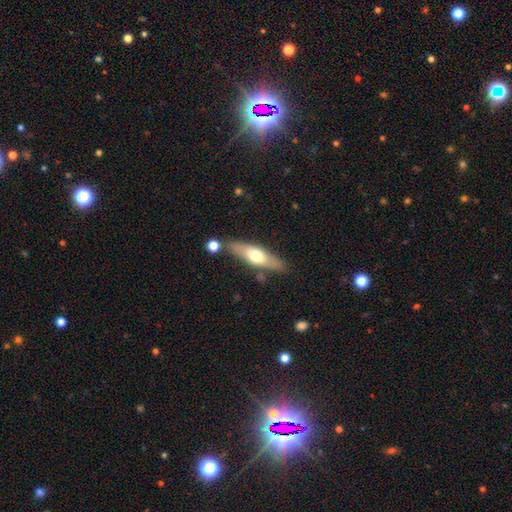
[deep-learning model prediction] This appears to be a smooth galaxy with no disk features (51%) that is cigar-shaped (60%). Merging: none (77%).